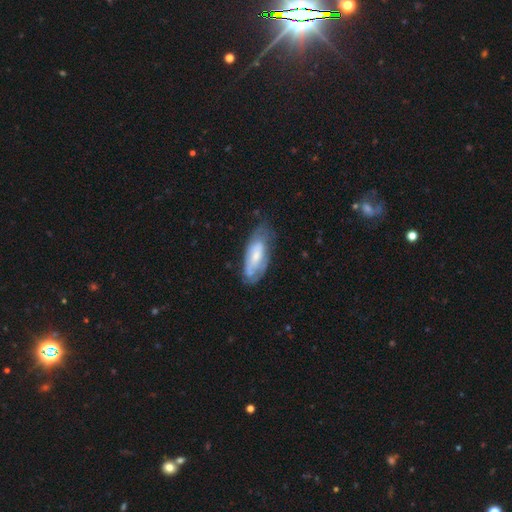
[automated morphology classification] Smooth or featured? featured or disk (49%)
Merging? none (55%)